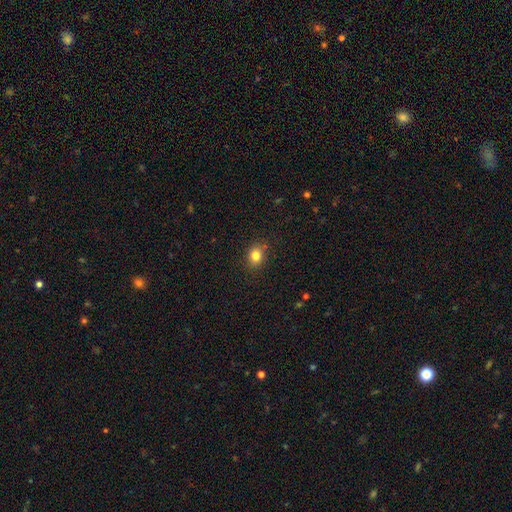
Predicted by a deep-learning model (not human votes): Q: Smooth or featured?
A: smooth (82%); runner-up: star or artifact (12%)
Q: How rounded?
A: round (52%); runner-up: in between (47%)
Q: Merging?
A: none (85%); runner-up: minor disturbance (11%)